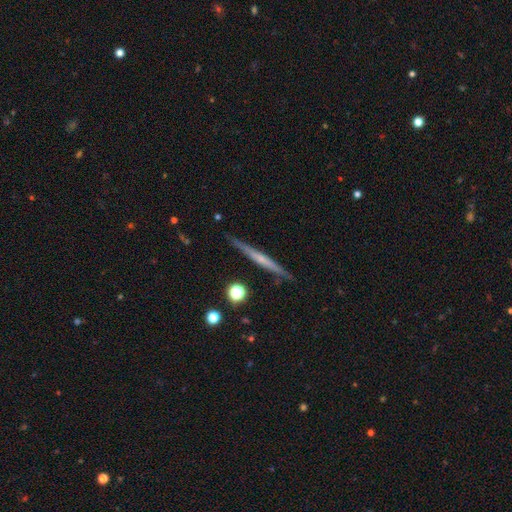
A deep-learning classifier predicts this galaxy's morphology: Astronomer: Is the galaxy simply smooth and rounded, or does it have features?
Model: featured or disk — 66%.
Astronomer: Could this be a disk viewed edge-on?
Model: yes — 97%.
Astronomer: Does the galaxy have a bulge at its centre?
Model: none — 53% (runner-up: rounded, 39%).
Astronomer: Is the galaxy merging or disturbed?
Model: none — 89%.